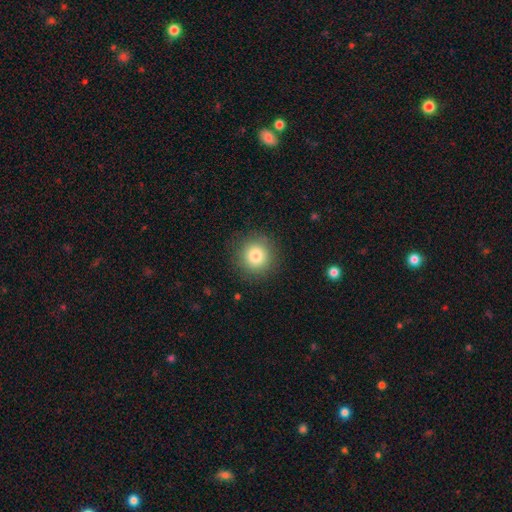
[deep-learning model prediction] smooth 81%, star or artifact 11%, featured or disk 8%. Down the decision tree: how rounded — round (95%); merging — none (90%).